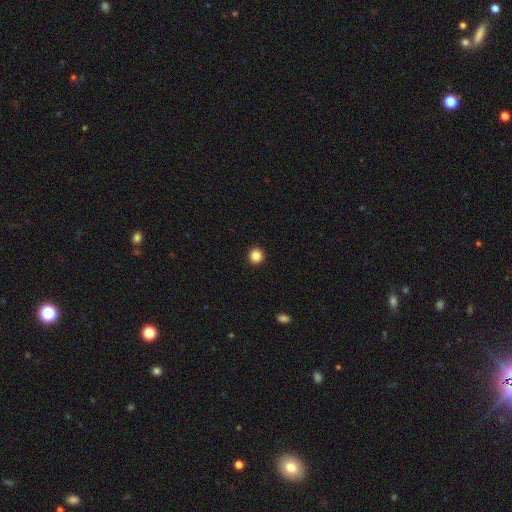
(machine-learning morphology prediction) Smooth or featured?
  - smooth: 87% *
  - star or artifact: 10%
  - featured or disk: 3%
How rounded?
  - round: 95% *
  - in between: 4%
  - cigar-shaped: 1%
Merging?
  - none: 94% *
  - minor disturbance: 4%
  - major disturbance: 1%
  - merger: 1%